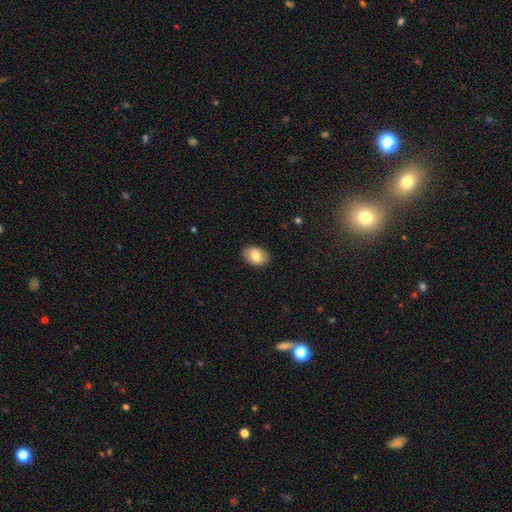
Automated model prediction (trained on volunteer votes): Smooth or featured?
  - smooth: 78% *
  - featured or disk: 14%
  - star or artifact: 7%
How rounded?
  - in between: 84% *
  - round: 15%
  - cigar-shaped: 1%
Merging?
  - none: 88% *
  - minor disturbance: 9%
  - major disturbance: 2%
  - merger: 1%